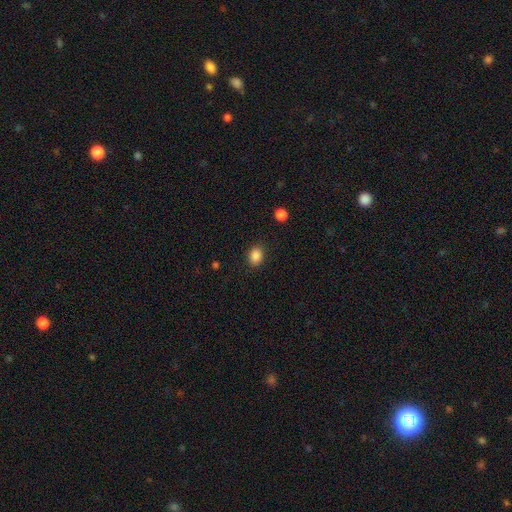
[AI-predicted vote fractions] smooth 87%, star or artifact 10%, featured or disk 3%. Down the decision tree: how rounded — in between (63%); merging — none (88%).